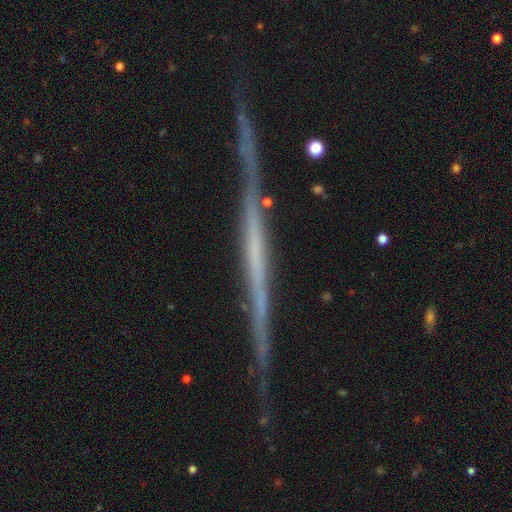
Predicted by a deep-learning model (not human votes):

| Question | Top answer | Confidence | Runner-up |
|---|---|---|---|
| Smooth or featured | featured or disk | 77% | smooth (14%) |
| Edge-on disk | yes | 97% | no (3%) |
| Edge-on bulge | none | 82% | rounded (9%) |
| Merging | none | 85% | minor disturbance (10%) |